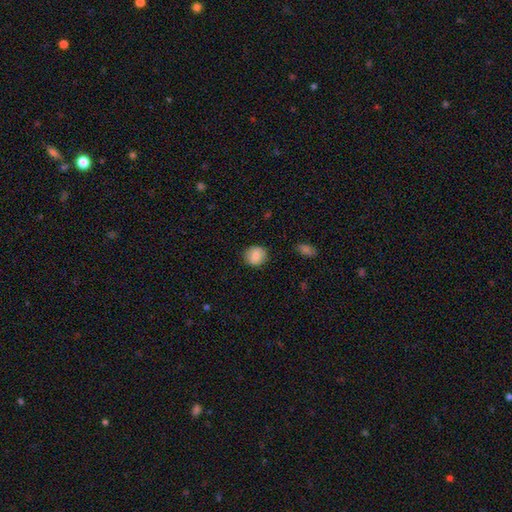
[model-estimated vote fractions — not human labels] Smooth or featured: smooth — 84% (star or artifact — 8%)
How rounded: round — 85% (in between — 14%)
Merging: none — 88% (minor disturbance — 9%)